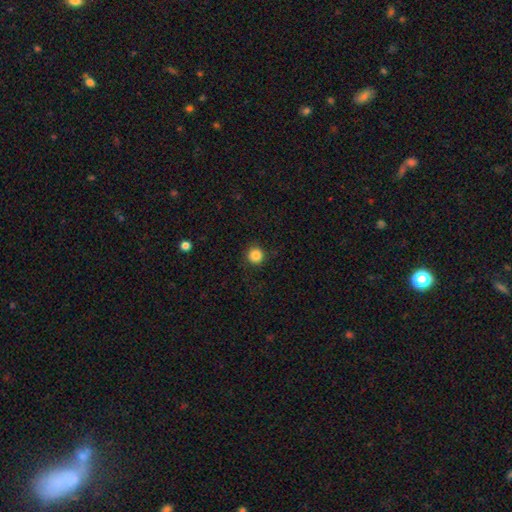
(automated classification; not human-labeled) Smooth or featured?
  - smooth: 85% *
  - star or artifact: 11%
  - featured or disk: 4%
How rounded?
  - round: 94% *
  - in between: 5%
  - cigar-shaped: 1%
Merging?
  - none: 89% *
  - minor disturbance: 7%
  - major disturbance: 3%
  - merger: 1%